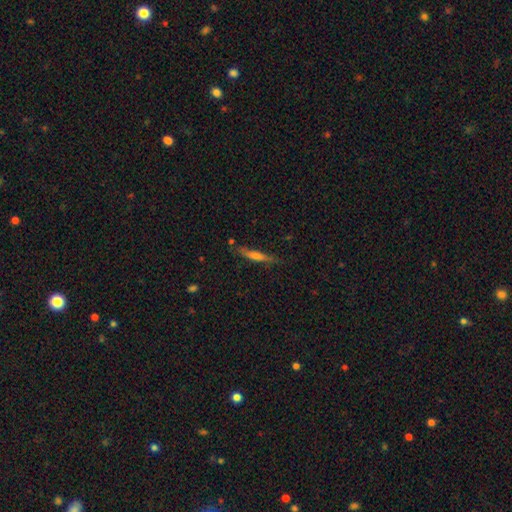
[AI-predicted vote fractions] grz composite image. It shows a featured or disk galaxy (53%) viewed edge-on (93%). Merging: none (81%).